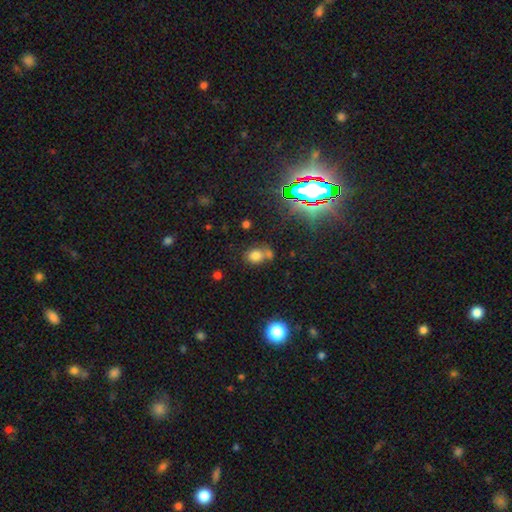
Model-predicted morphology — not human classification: Smooth or featured: smooth — 71% (star or artifact — 19%)
How rounded: round — 53% (in between — 46%)
Merging: none — 50% (merger — 31%)